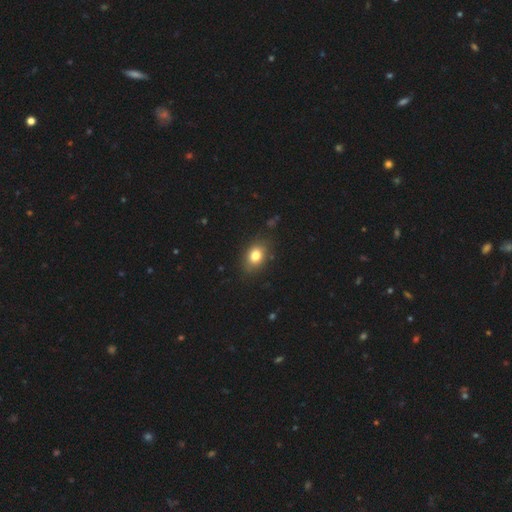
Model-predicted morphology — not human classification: type=smooth (80%); roundness=in between (69%); merging=none (84%).